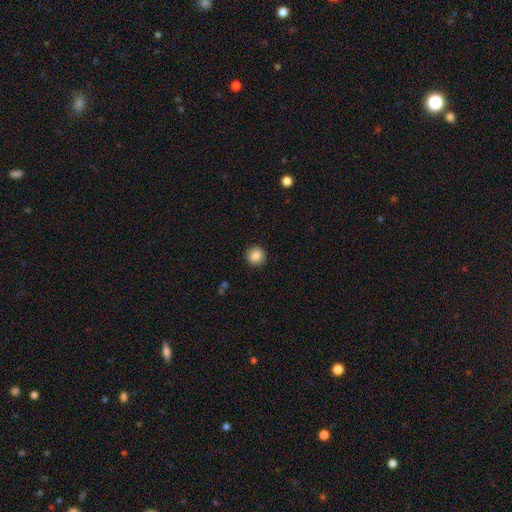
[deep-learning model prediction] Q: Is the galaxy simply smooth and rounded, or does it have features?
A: smooth — 87%.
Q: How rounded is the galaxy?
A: round — 93%.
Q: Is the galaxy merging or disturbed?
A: none — 92%.